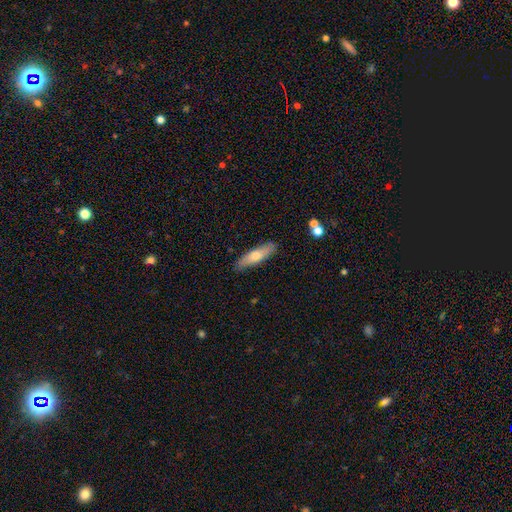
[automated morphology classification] The model was most divided on "smooth or featured": smooth: 62%, featured or disk: 32%, star or artifact: 6%. More confident: merging — none (85%); how rounded — cigar-shaped (67%).